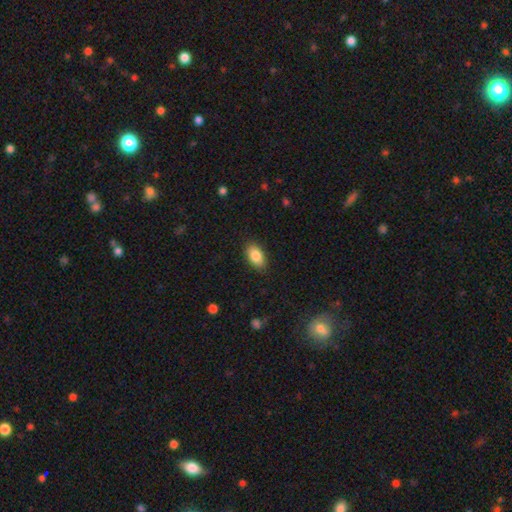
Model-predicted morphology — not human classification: Smooth or featured?
  - smooth: 86% *
  - featured or disk: 7%
  - star or artifact: 7%
How rounded?
  - in between: 92% *
  - round: 6%
  - cigar-shaped: 2%
Merging?
  - none: 87% *
  - minor disturbance: 10%
  - major disturbance: 2%
  - merger: 1%